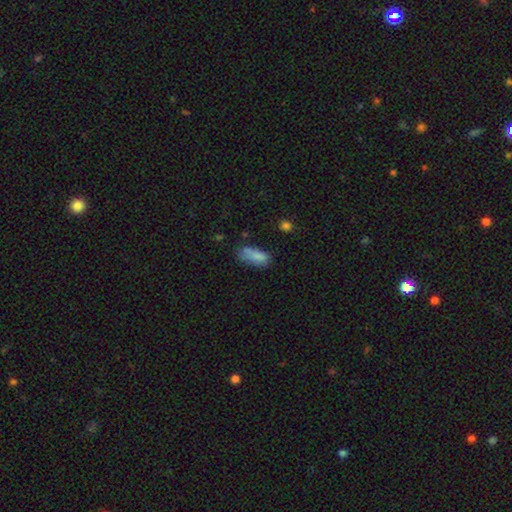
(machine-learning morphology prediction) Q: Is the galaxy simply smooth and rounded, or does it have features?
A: smooth — 78%.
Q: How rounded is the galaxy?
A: in between — 79%.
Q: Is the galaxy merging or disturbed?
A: none — 43%.